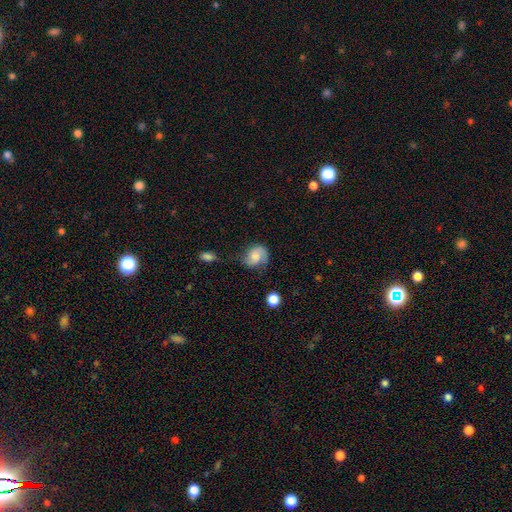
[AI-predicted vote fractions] Smooth or featured? featured or disk (50%)
Edge-on disk? no (97%)
Merging? none (53%)